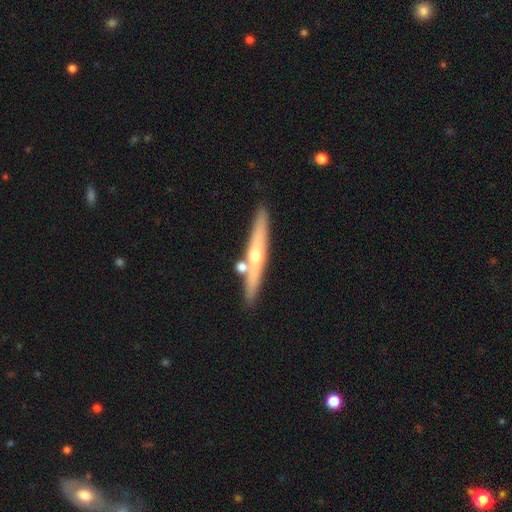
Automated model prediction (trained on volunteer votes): Smooth or featured?
  - featured or disk: 60% *
  - smooth: 34%
  - star or artifact: 6%
Edge-on disk?
  - yes: 94% *
  - no: 6%
Edge-on bulge?
  - rounded: 84% *
  - none: 13%
  - boxy: 3%
Merging?
  - none: 80% *
  - merger: 9%
  - minor disturbance: 9%
  - major disturbance: 2%